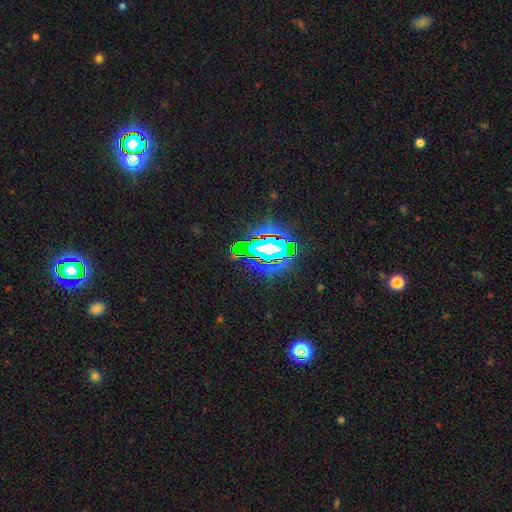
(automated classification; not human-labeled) Morphology: type=star or artifact (72%).